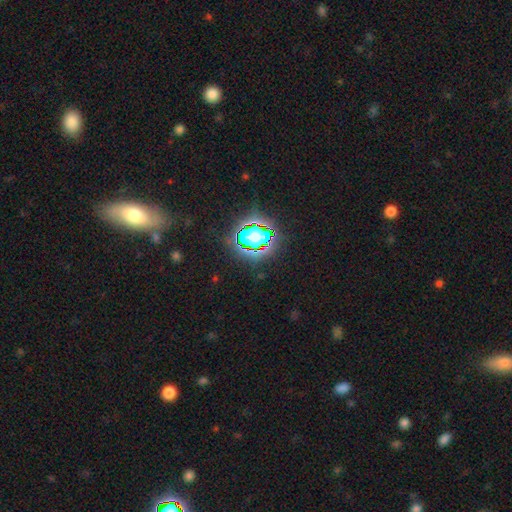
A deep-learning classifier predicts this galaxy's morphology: This appears to be a star or artifact, not a galaxy (72%).